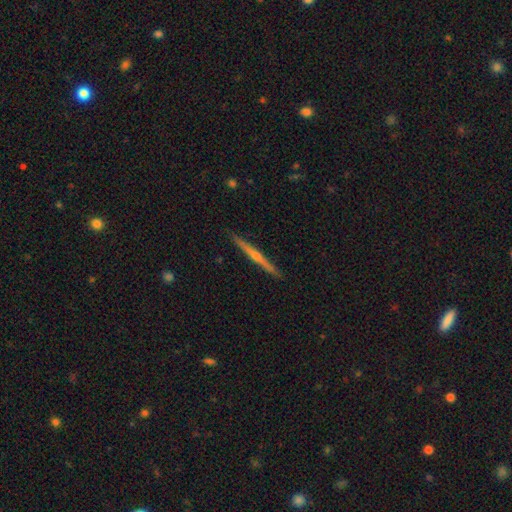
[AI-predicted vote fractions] Morphology: type=featured or disk (76%); edge-on=yes (98%); edge-on bulge=rounded (80%); merging=none (91%).